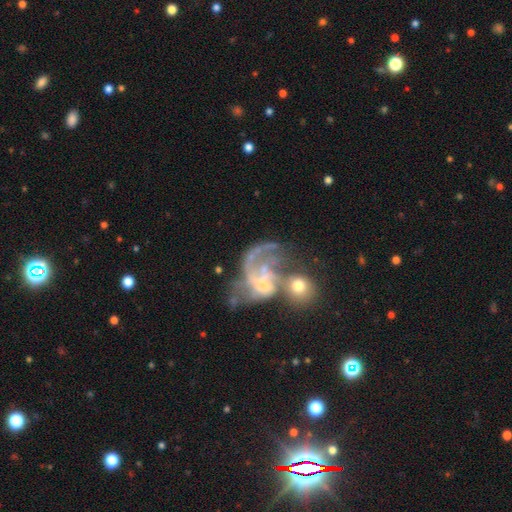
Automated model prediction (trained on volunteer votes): smooth_or_featured: featured or disk (p=0.72) [alt: smooth p=0.16]
disk_edge_on: no (p=0.97) [alt: yes p=0.03]
bar: no (p=0.71) [alt: weak p=0.23]
has_spiral_arms: yes (p=0.63) [alt: no p=0.37]
bulge_size: small (p=0.35) [alt: none p=0.31]
merging: merger (p=0.38) [alt: major disturbance p=0.36]